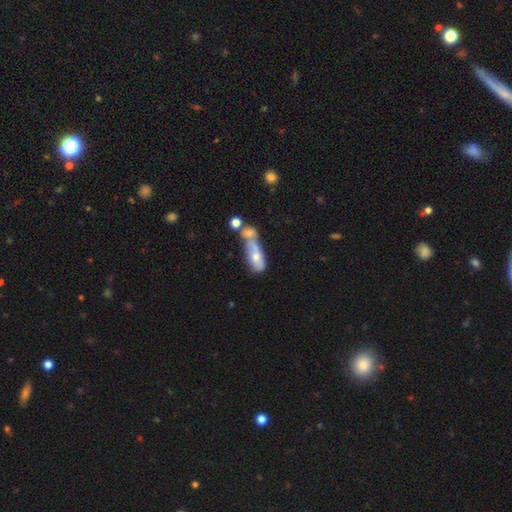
smooth-or-featured: smooth: 48% | featured or disk: 40% | star or artifact: 12%
  how-rounded: cigar-shaped: 68% | in between: 32% | round: 0%
  merging: merger: 63% | none: 17% | major disturbance: 11% | minor disturbance: 9%